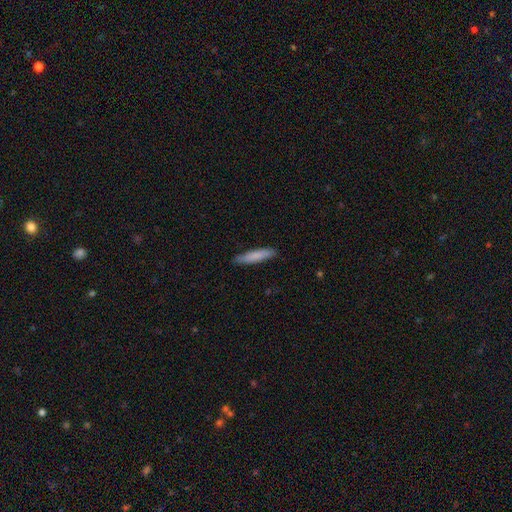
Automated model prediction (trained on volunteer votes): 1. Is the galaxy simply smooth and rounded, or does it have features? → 81% smooth, 14% featured or disk, 6% star or artifact.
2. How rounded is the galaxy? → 89% cigar-shaped, 10% in between, 1% round.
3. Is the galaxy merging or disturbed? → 87% none, 10% minor disturbance, 2% major disturbance, 1% merger.